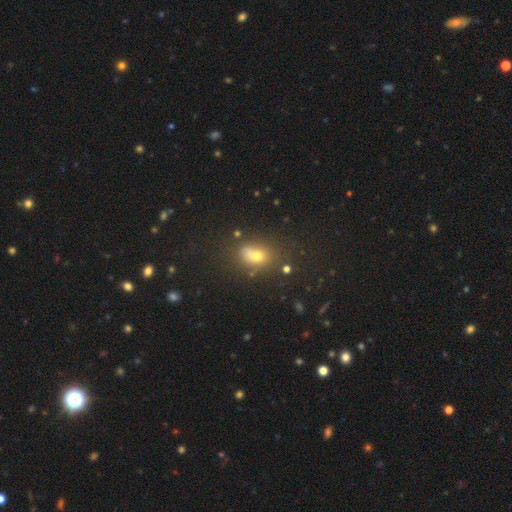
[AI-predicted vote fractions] This is likely a smooth galaxy (67%). How rounded: likely in between (71%). Merging: likely none (68%).